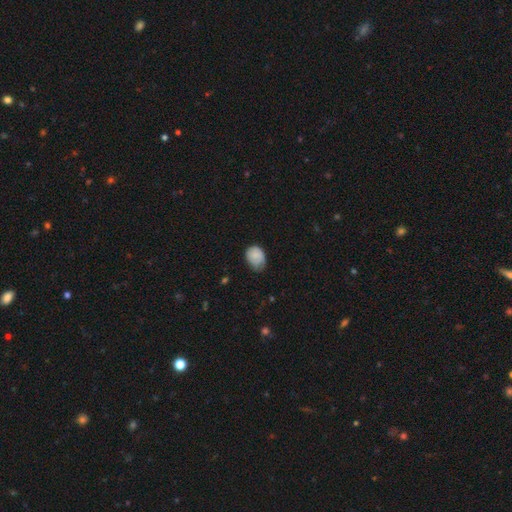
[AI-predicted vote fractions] The model was most divided on "merging": none: 50%, minor disturbance: 41%, major disturbance: 8%, merger: 1%. More confident: smooth or featured — smooth (81%); how rounded — in between (59%).